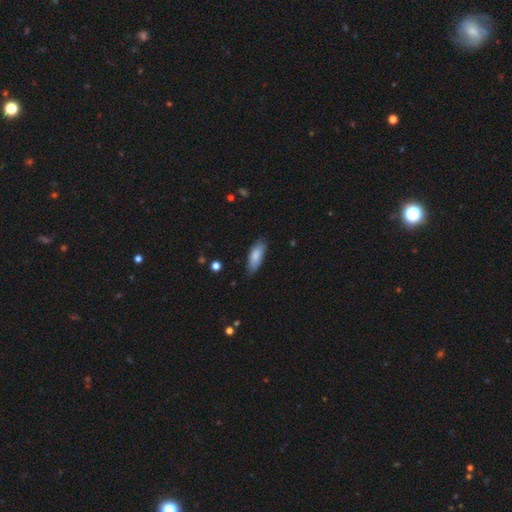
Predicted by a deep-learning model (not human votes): A smooth galaxy with no disk features (84%) that is in between round and cigar-shaped (73%). Merging: none (78%).